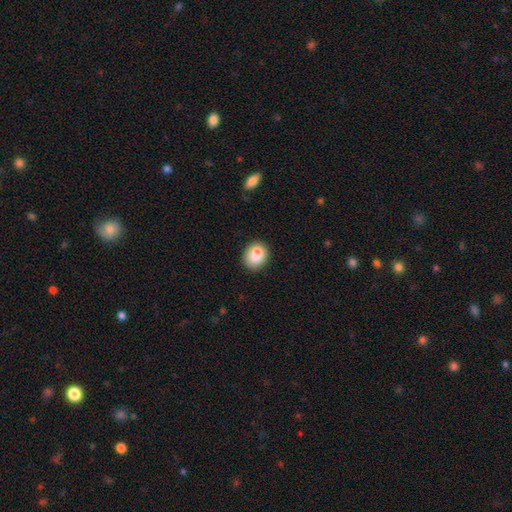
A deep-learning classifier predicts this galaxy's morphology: Smooth or featured: smooth — 79% (featured or disk — 12%)
How rounded: round — 59% (in between — 40%)
Merging: none — 69% (minor disturbance — 16%)